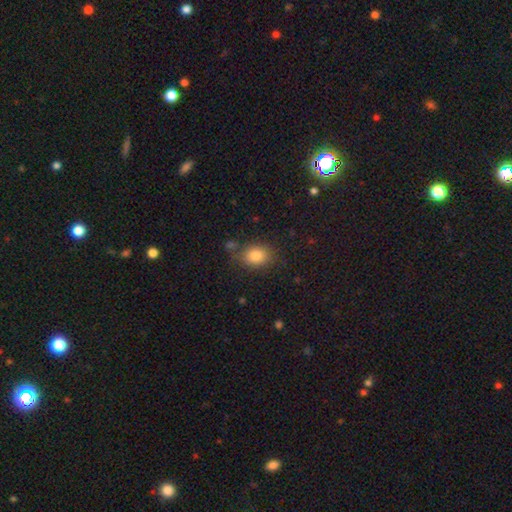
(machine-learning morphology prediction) Smooth or featured? Predicted: smooth (p=0.83). How rounded? Predicted: in between (p=0.56). Merging? Predicted: none (p=0.75).